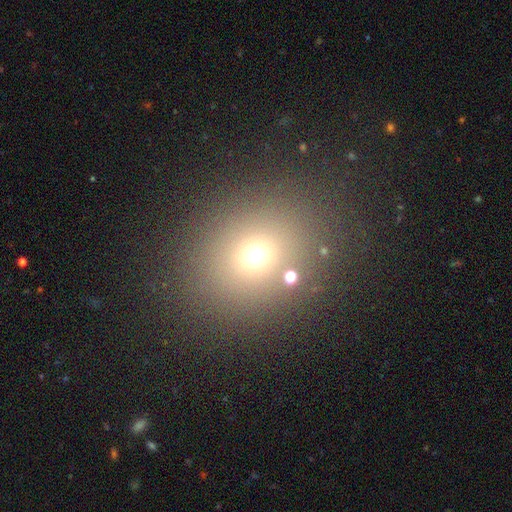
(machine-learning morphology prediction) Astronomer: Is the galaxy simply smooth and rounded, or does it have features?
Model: smooth — 67%.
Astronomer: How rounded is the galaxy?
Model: round — 67%.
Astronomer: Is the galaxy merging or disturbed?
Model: none — 83%.